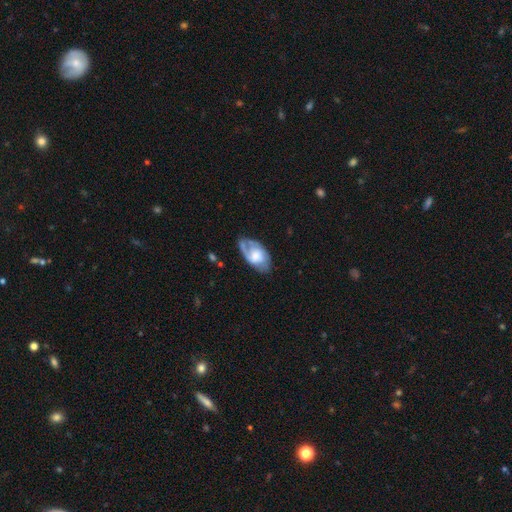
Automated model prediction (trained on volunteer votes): Smooth or featured?
  - featured or disk: 58% *
  - smooth: 36%
  - star or artifact: 6%
Edge-on disk?
  - no: 93% *
  - yes: 7%
Bar?
  - no: 68% *
  - weak: 27%
  - strong: 5%
Spiral arms?
  - yes: 75% *
  - no: 25%
Bulge size?
  - moderate: 35% *
  - large: 33%
  - small: 18%
  - none: 11%
  - dominant: 4%
Merging?
  - none: 57% *
  - minor disturbance: 28%
  - major disturbance: 13%
  - merger: 2%